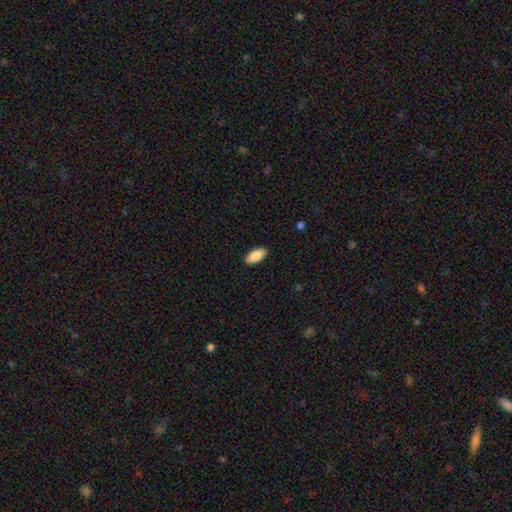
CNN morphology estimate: smooth_or_featured: smooth (p=0.89) [alt: star or artifact p=0.06]
how_rounded: in between (p=0.89) [alt: cigar-shaped p=0.09]
merging: none (p=0.90) [alt: minor disturbance p=0.07]